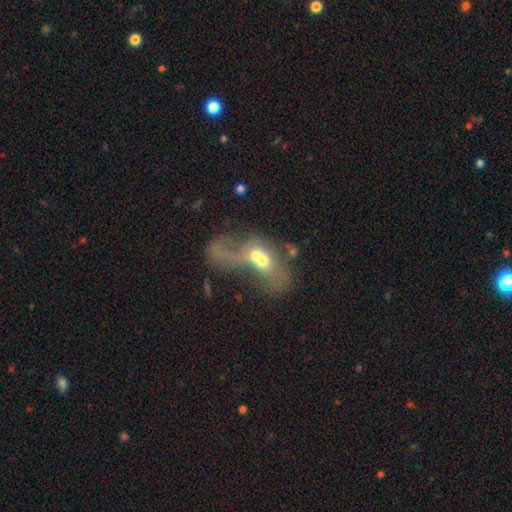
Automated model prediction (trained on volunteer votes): Smooth or featured? Predicted: featured or disk (p=0.46). Merging? Predicted: merger (p=0.73).